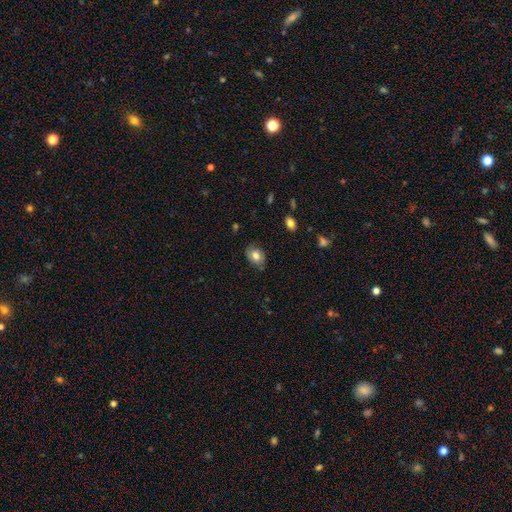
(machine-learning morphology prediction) The model was most divided on "how rounded": in between: 64%, round: 35%, cigar-shaped: 1%. More confident: merging — none (77%); smooth or featured — smooth (68%).